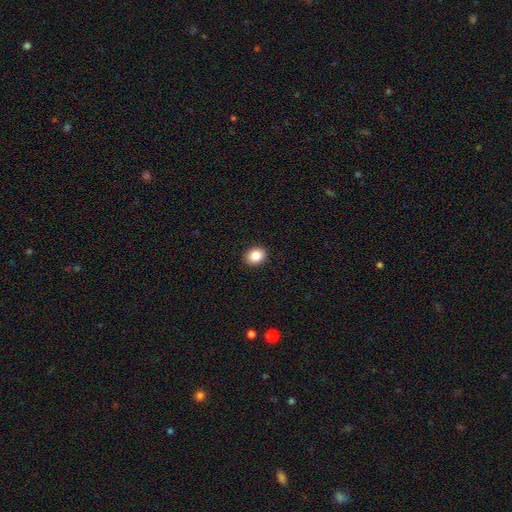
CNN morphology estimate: Smooth or featured? smooth (86%)
How rounded? round (52%)
Merging? none (91%)